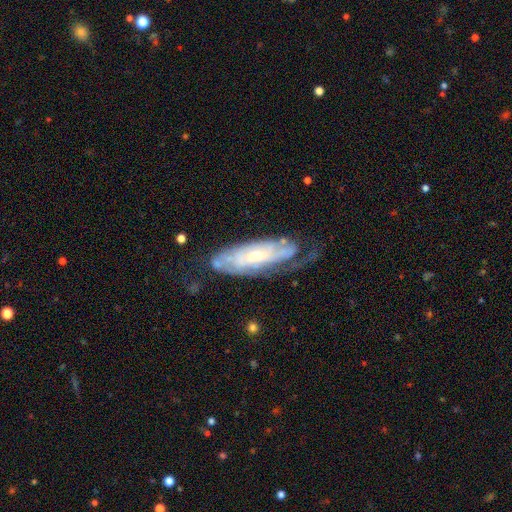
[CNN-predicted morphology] smooth_or_featured: featured or disk (p=0.78) [alt: smooth p=0.17]
disk_edge_on: no (p=0.83) [alt: yes p=0.17]
bar: no (p=0.61) [alt: weak p=0.30]
has_spiral_arms: yes (p=0.86) [alt: no p=0.14]
spiral_winding: tight (p=0.63) [alt: medium p=0.27]
spiral_arm_count: can't tell (p=0.59) [alt: 2 p=0.21]
bulge_size: small (p=0.56) [alt: moderate p=0.40]
merging: none (p=0.52) [alt: minor disturbance p=0.27]